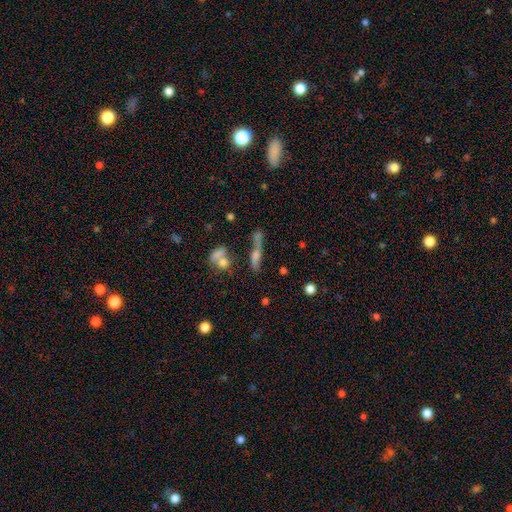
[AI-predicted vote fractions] Smooth or featured?
  - featured or disk: 44% *
  - smooth: 43%
  - star or artifact: 14%
Merging?
  - none: 53% *
  - merger: 22%
  - minor disturbance: 16%
  - major disturbance: 9%